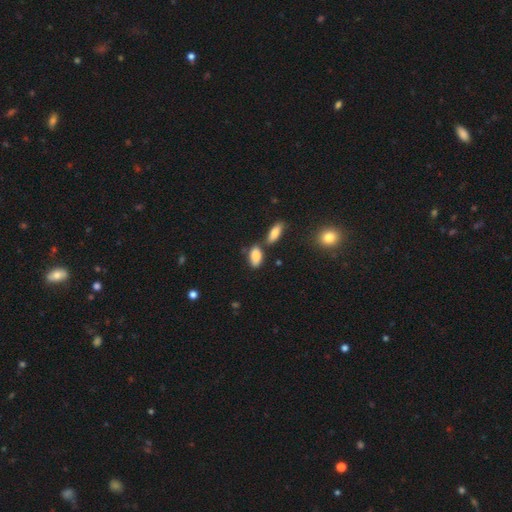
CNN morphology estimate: A smooth galaxy with no disk features (83%) that is in between round and cigar-shaped (91%).

Vote fractions:
- Smooth or featured? smooth: 83% / featured or disk: 9% / star or artifact: 8%
- How rounded? in between: 91% / cigar-shaped: 5% / round: 4%
- Merging? none: 63% / merger: 18% / minor disturbance: 15% / major disturbance: 4%